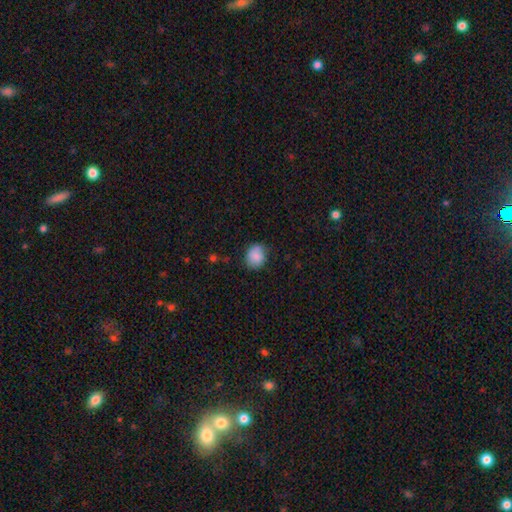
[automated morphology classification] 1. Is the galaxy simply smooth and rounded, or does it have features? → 84% smooth, 8% star or artifact, 7% featured or disk.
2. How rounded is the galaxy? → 67% round, 32% in between, 1% cigar-shaped.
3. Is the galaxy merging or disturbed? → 73% none, 21% minor disturbance, 4% major disturbance, 2% merger.